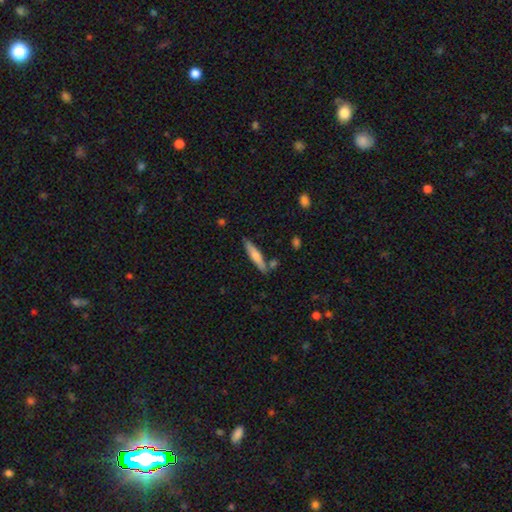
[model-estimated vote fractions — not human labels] A smooth galaxy with no disk features (62%) that is cigar-shaped (86%). Merging: none (80%).